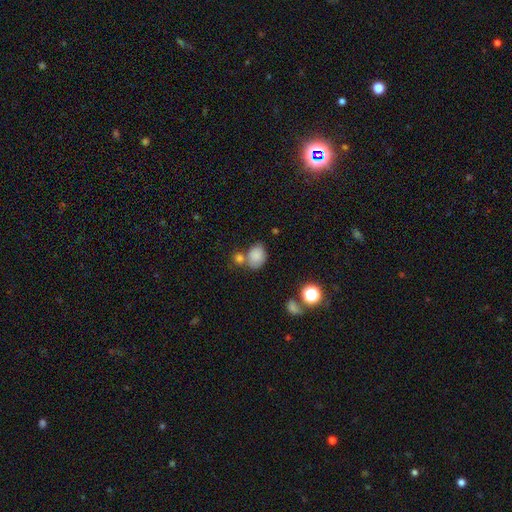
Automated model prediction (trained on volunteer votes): Smooth or featured? Predicted: smooth (p=0.83). How rounded? Predicted: in between (p=0.62). Merging? Predicted: none (p=0.52).